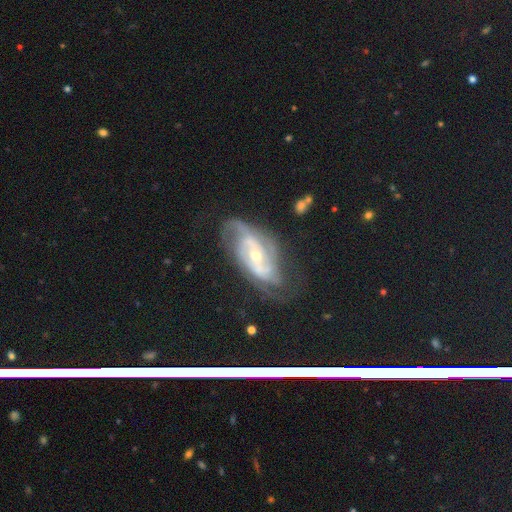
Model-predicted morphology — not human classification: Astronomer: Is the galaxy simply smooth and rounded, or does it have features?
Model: featured or disk — 87%.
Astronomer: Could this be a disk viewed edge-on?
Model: no — 95%.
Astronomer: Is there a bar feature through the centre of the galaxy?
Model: weak — 38% (runner-up: no, 37%).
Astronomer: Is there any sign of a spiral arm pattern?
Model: yes — 95%.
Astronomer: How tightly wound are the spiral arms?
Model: medium — 43% (runner-up: tight, 41%).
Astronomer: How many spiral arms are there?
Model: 2 — 51%.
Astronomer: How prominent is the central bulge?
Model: small — 57% (runner-up: moderate, 39%).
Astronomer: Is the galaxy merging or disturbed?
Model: none — 60%.